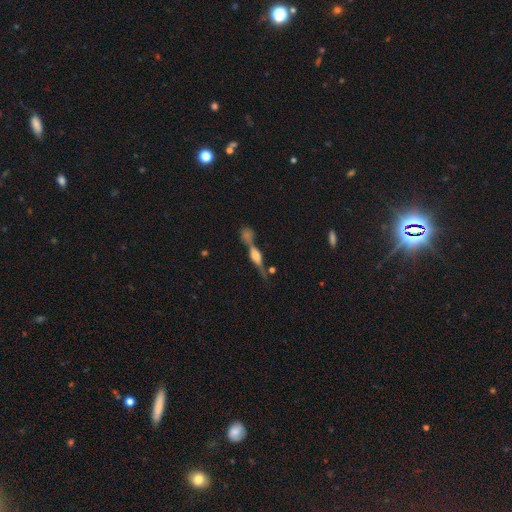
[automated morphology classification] The model was most divided on "merging": none: 63%, merger: 22%, minor disturbance: 11%, major disturbance: 5%. More confident: edge-on disk — yes (95%); edge-on bulge — rounded (84%); smooth or featured — featured or disk (75%).